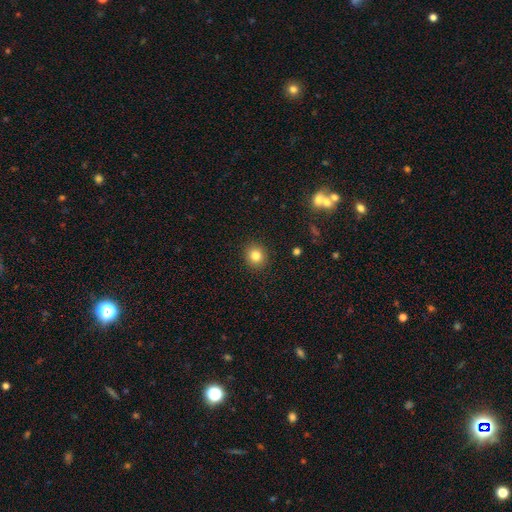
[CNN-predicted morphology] Overall: smooth (82%). How rounded: round (88%). Merging: none (92%).